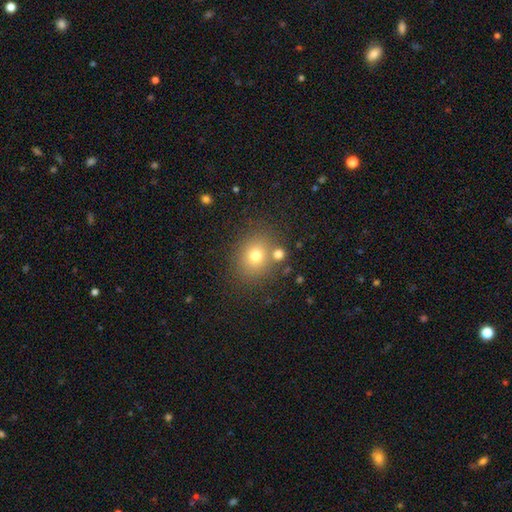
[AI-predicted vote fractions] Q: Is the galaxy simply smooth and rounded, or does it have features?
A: smooth — 73%.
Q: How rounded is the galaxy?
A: round — 67%.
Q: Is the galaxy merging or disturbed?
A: none — 74%.